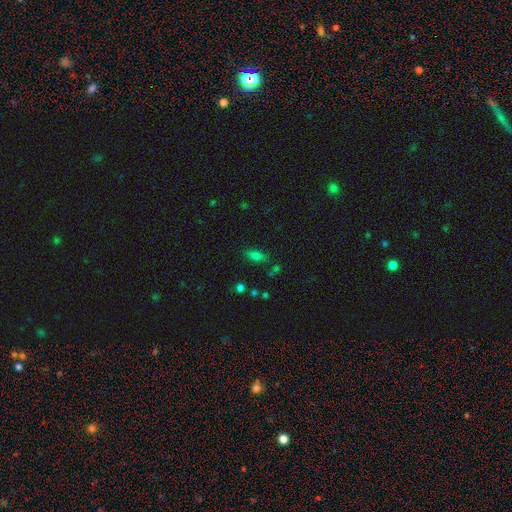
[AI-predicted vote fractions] A smooth galaxy with no disk features (71%) that is in between round and cigar-shaped (75%).

Vote fractions:
- Smooth or featured? smooth: 71% / star or artifact: 18% / featured or disk: 12%
- How rounded? in between: 75% / cigar-shaped: 20% / round: 5%
- Merging? none: 75% / minor disturbance: 15% / merger: 6% / major disturbance: 5%